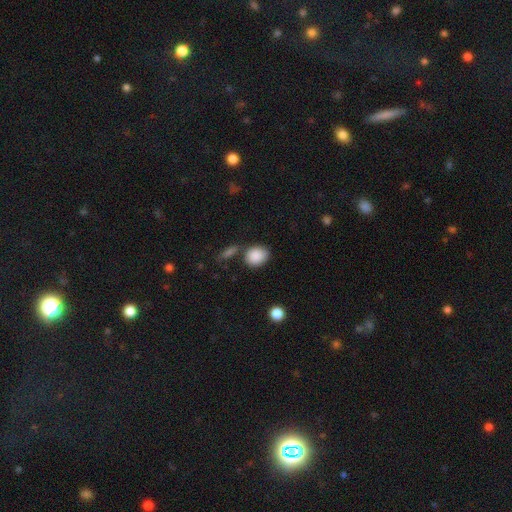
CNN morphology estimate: A smooth galaxy with no disk features (88%) that is in between round and cigar-shaped (50%).

Vote fractions:
- Smooth or featured? smooth: 88% / star or artifact: 7% / featured or disk: 4%
- How rounded? in between: 50% / round: 49% / cigar-shaped: 1%
- Merging? none: 70% / minor disturbance: 14% / merger: 11% / major disturbance: 4%